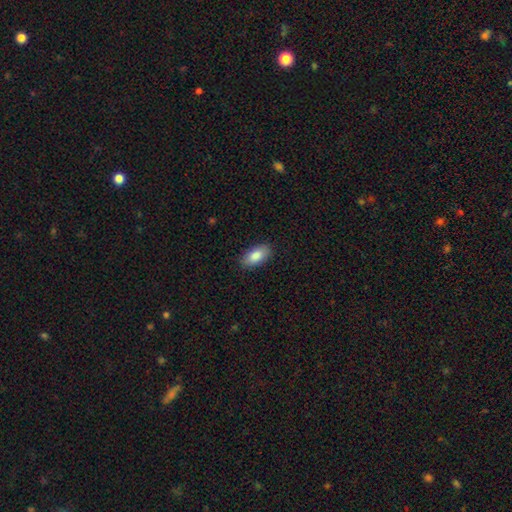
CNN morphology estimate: type=smooth (86%); roundness=in between (92%); merging=none (88%).